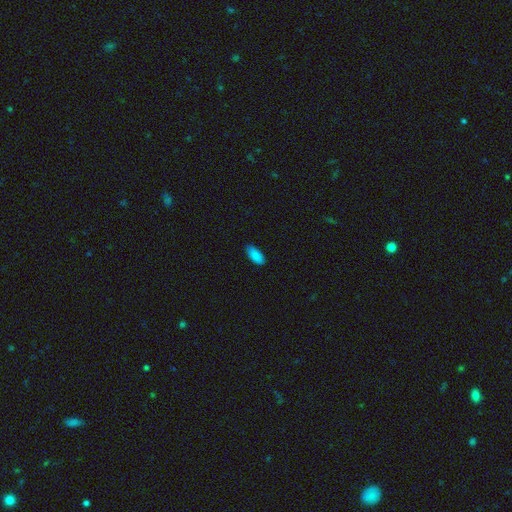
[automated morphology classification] Smooth or featured? Predicted: smooth (p=0.89). How rounded? Predicted: in between (p=0.88). Merging? Predicted: none (p=0.86).